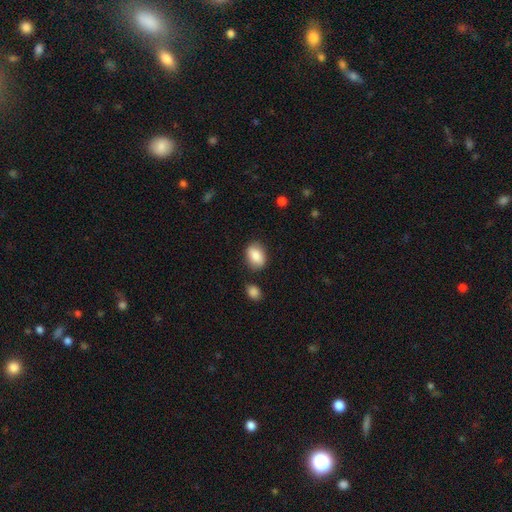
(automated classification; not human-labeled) The model was most divided on "how rounded": in between: 76%, round: 22%, cigar-shaped: 1%. More confident: smooth or featured — smooth (86%); merging — none (81%).